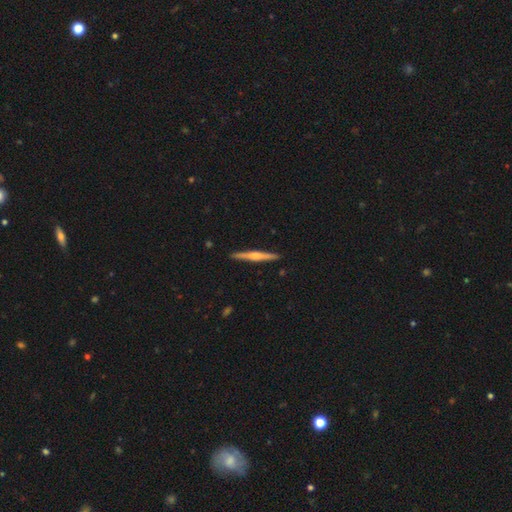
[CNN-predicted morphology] The model was most divided on "smooth or featured": featured or disk: 66%, smooth: 29%, star or artifact: 5%. More confident: edge-on disk — yes (98%); merging — none (92%); edge-on bulge — rounded (72%).